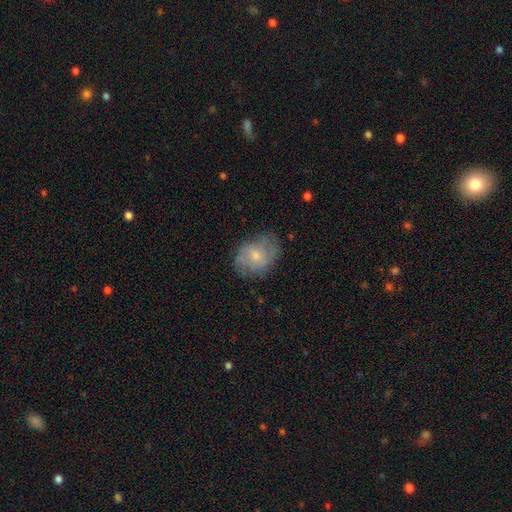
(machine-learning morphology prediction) A smooth galaxy with no disk features (50%).

Vote fractions:
- Smooth or featured? smooth: 50% / featured or disk: 42% / star or artifact: 8%
- Merging? none: 61% / minor disturbance: 26% / major disturbance: 12% / merger: 1%